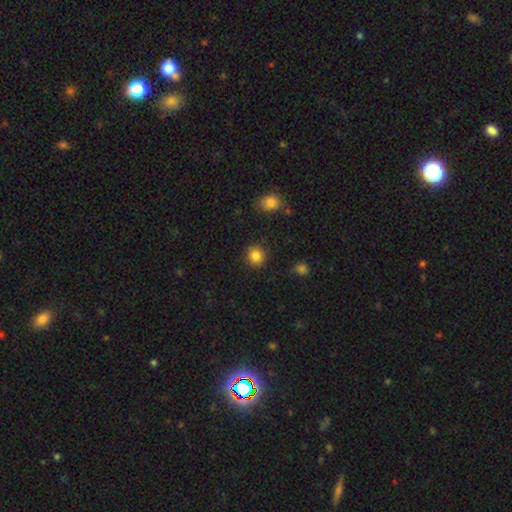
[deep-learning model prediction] smooth_or_featured: smooth (p=0.85) [alt: star or artifact p=0.10]
how_rounded: round (p=0.91) [alt: in between p=0.08]
merging: none (p=0.89) [alt: minor disturbance p=0.07]